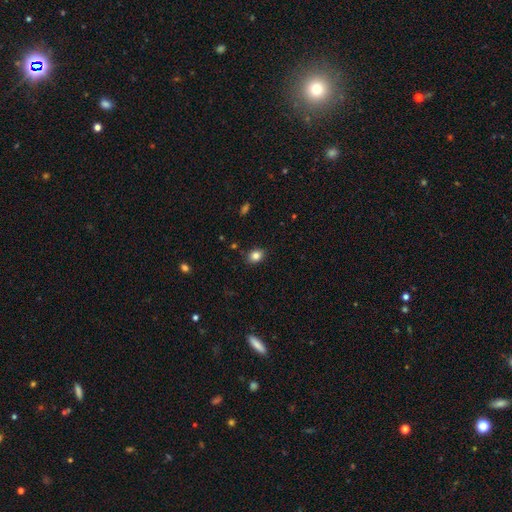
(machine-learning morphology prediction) This appears to be a smooth galaxy with no disk features (84%) that is round (53%). Merging: none (87%).